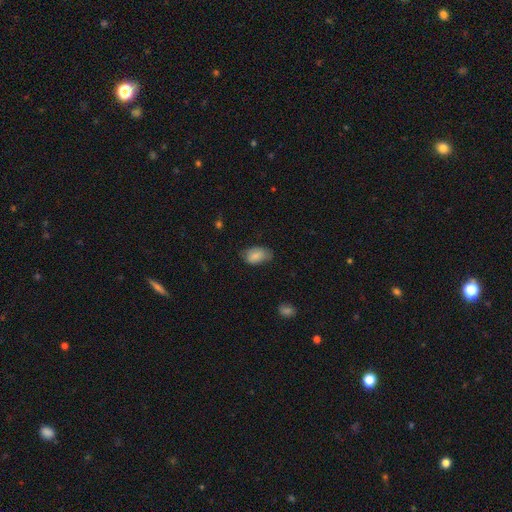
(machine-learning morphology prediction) Overall: smooth (84%). How rounded: in between (91%). Merging: none (61%; minor disturbance 30%).